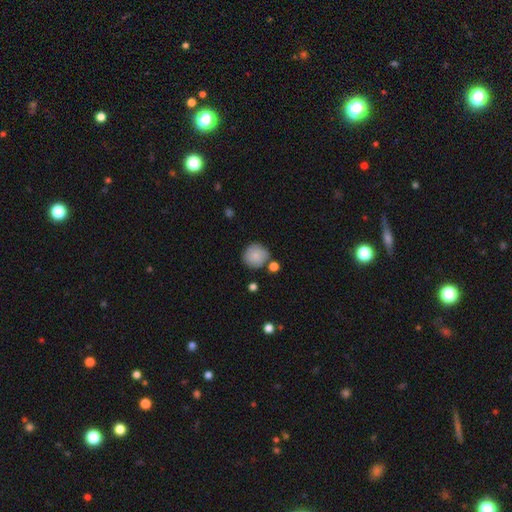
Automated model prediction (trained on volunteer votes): Q: Smooth or featured?
A: smooth (85%); runner-up: star or artifact (8%)
Q: How rounded?
A: round (92%); runner-up: in between (7%)
Q: Merging?
A: none (76%); runner-up: minor disturbance (12%)